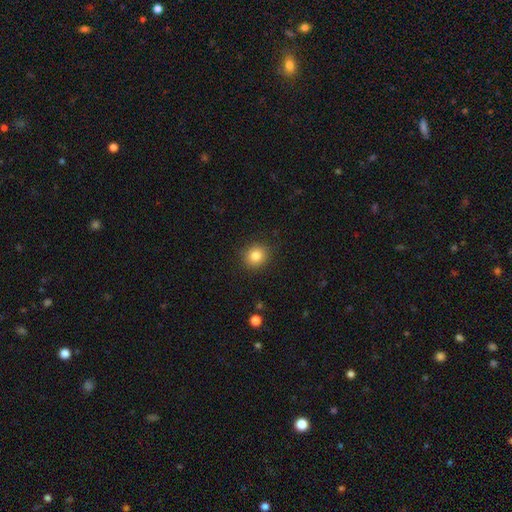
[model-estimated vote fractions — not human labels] A smooth galaxy with no disk features (83%) that is round (86%). Merging: none (89%).